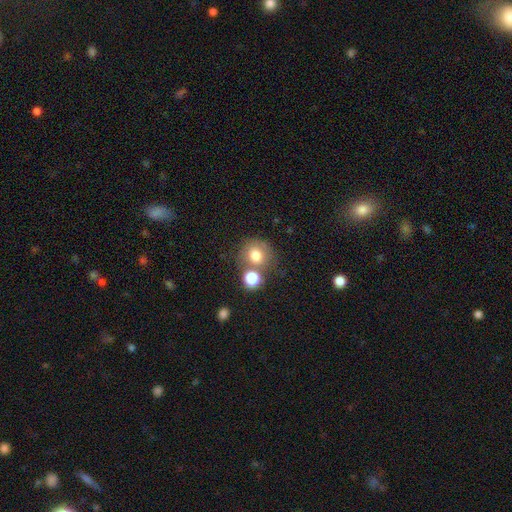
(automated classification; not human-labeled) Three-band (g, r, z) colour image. It shows a smooth galaxy with no disk features (76%) that is round (84%). Merging: none (59%).